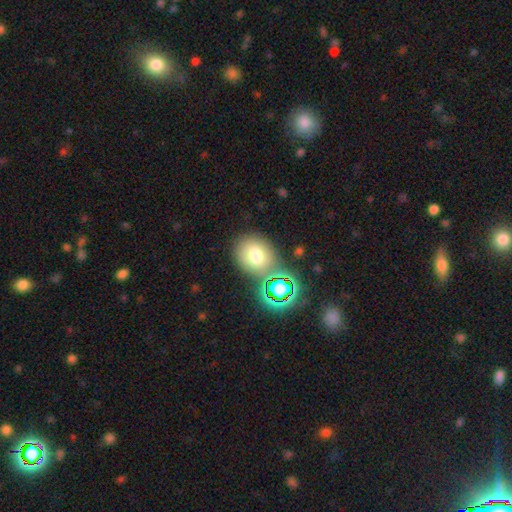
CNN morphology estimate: A smooth galaxy with no disk features (72%) that is round (54%).

Vote fractions:
- Smooth or featured? smooth: 72% / star or artifact: 17% / featured or disk: 12%
- How rounded? round: 54% / in between: 45% / cigar-shaped: 1%
- Merging? none: 69% / minor disturbance: 13% / merger: 13% / major disturbance: 5%